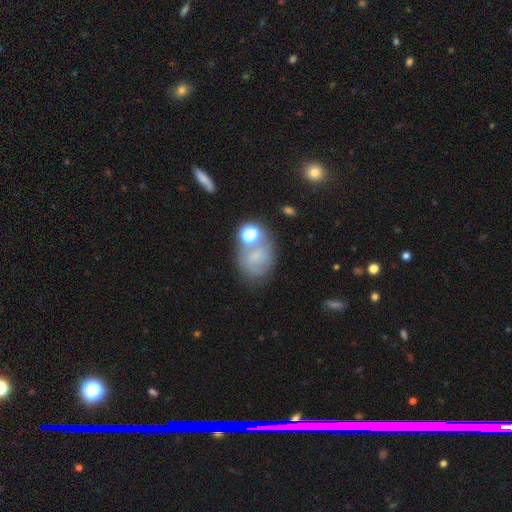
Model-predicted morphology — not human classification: Smooth or featured? Predicted: smooth (p=0.48). Merging? Predicted: none (p=0.49).